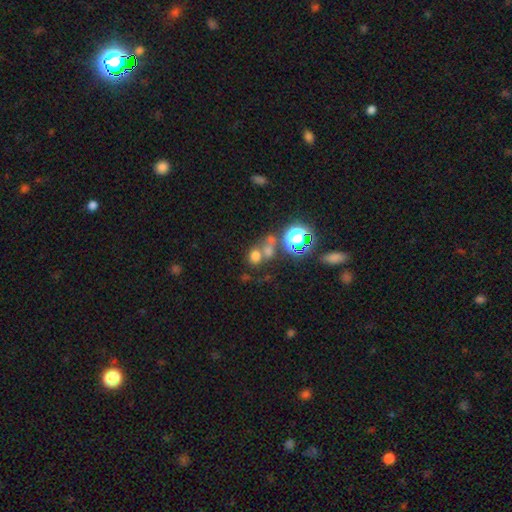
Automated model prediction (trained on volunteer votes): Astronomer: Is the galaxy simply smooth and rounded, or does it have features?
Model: smooth — 62%.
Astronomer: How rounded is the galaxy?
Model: round — 73%.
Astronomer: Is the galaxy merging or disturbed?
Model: none — 45% (runner-up: merger, 39%).